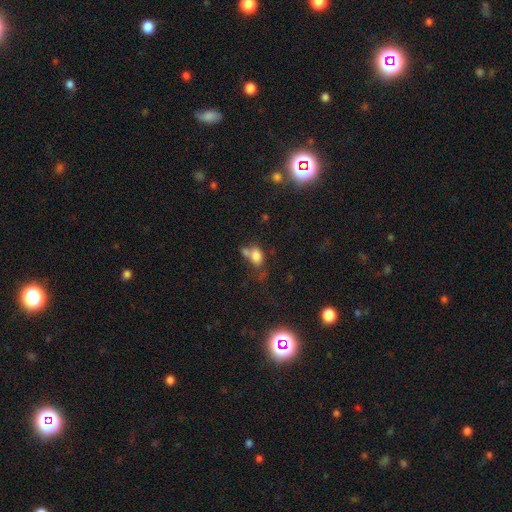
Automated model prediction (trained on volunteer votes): smooth-or-featured: smooth: 75% | star or artifact: 13% | featured or disk: 12%
  how-rounded: in between: 77% | round: 21% | cigar-shaped: 2%
  merging: merger: 42% | none: 31% | minor disturbance: 16% | major disturbance: 11%